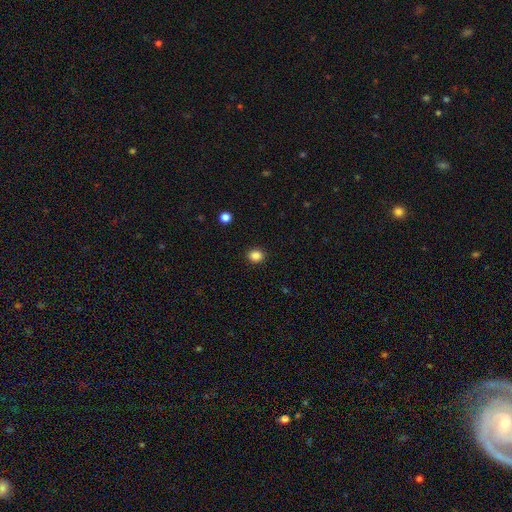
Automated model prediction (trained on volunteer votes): Smooth or featured? Predicted: smooth (p=0.86). How rounded? Predicted: round (p=0.72). Merging? Predicted: none (p=0.91).